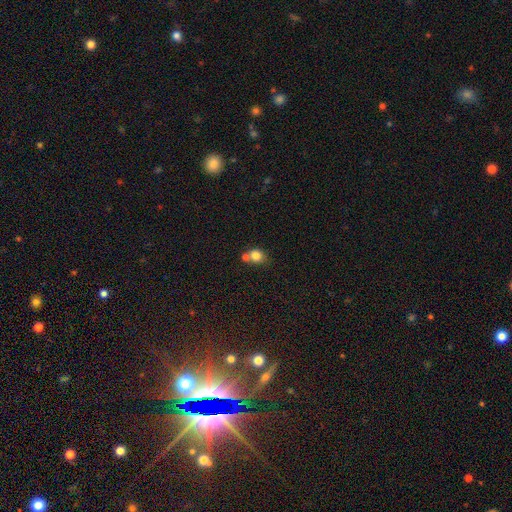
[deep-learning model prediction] smooth-or-featured: smooth: 80% | star or artifact: 10% | featured or disk: 9%
  how-rounded: round: 66% | in between: 33% | cigar-shaped: 1%
  merging: merger: 45% | none: 40% | minor disturbance: 11% | major disturbance: 4%